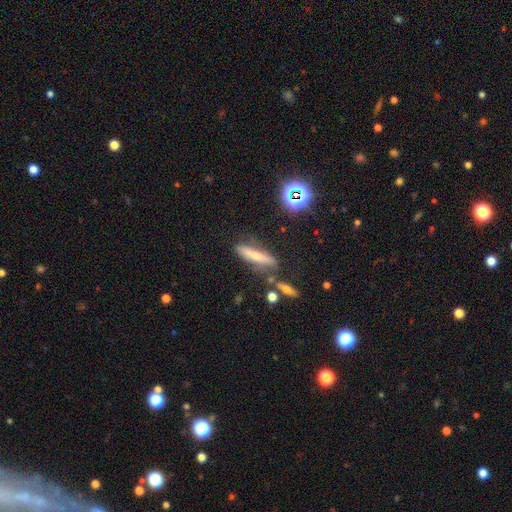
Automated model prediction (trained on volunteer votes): smooth_or_featured: smooth (p=0.53) [alt: featured or disk p=0.36]
how_rounded: cigar-shaped (p=0.79) [alt: in between p=0.19]
merging: none (p=0.68) [alt: minor disturbance p=0.19]